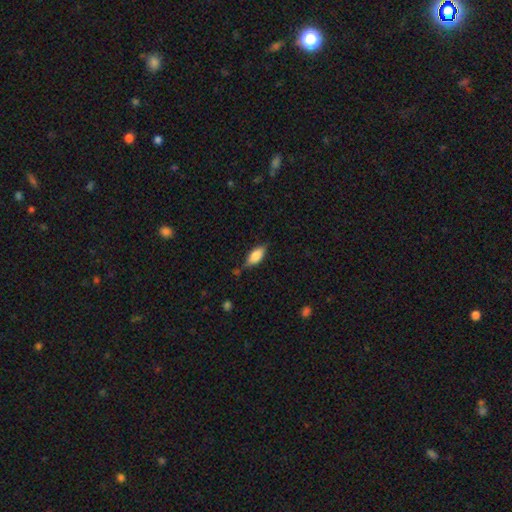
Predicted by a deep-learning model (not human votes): smooth_or_featured: smooth (p=0.79) [alt: featured or disk p=0.14]
how_rounded: in between (p=0.83) [alt: cigar-shaped p=0.14]
merging: none (p=0.68) [alt: minor disturbance p=0.23]